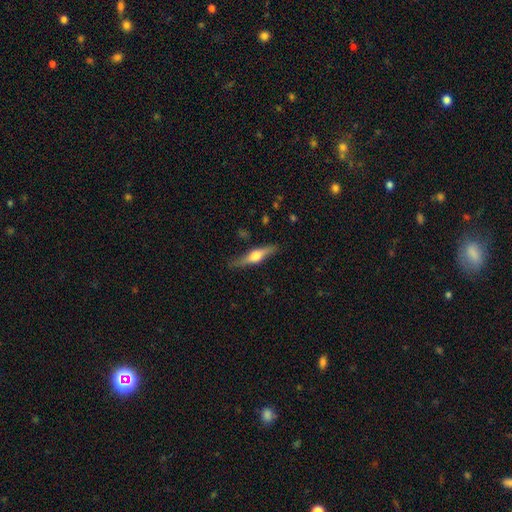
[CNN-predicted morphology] Smooth or featured?
  - featured or disk: 68% *
  - smooth: 27%
  - star or artifact: 6%
Edge-on disk?
  - yes: 96% *
  - no: 4%
Edge-on bulge?
  - rounded: 94% *
  - boxy: 4%
  - none: 2%
Merging?
  - none: 83% *
  - minor disturbance: 12%
  - major disturbance: 3%
  - merger: 1%